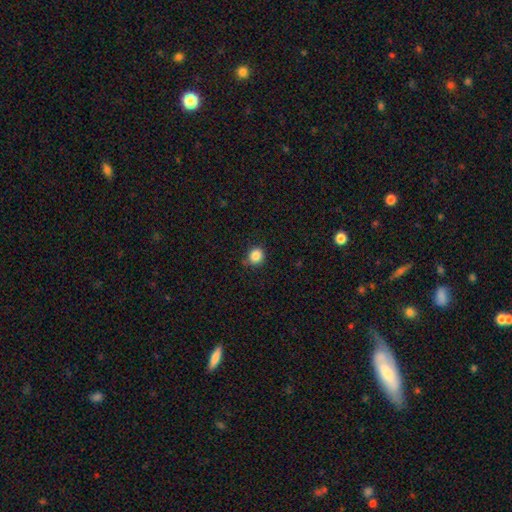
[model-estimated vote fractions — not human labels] Smooth or featured? Predicted: smooth (p=0.86). How rounded? Predicted: round (p=0.81). Merging? Predicted: none (p=0.80).